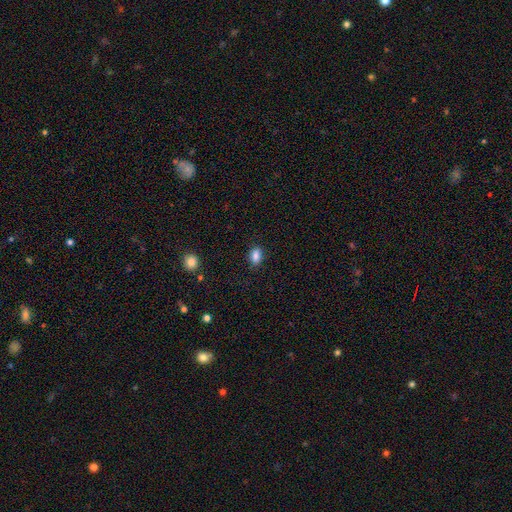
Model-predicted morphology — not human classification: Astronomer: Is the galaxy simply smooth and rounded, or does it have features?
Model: smooth — 85%.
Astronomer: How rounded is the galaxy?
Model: in between — 81%.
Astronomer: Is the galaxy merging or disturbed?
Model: none — 85%.